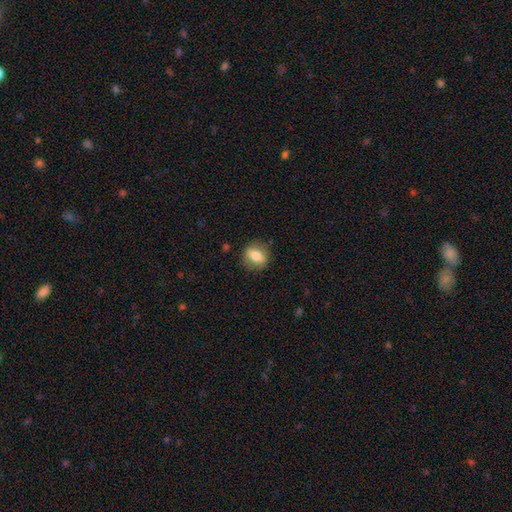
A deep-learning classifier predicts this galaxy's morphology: A smooth galaxy with no disk features (71%) that is round (52%). Merging: none (84%).